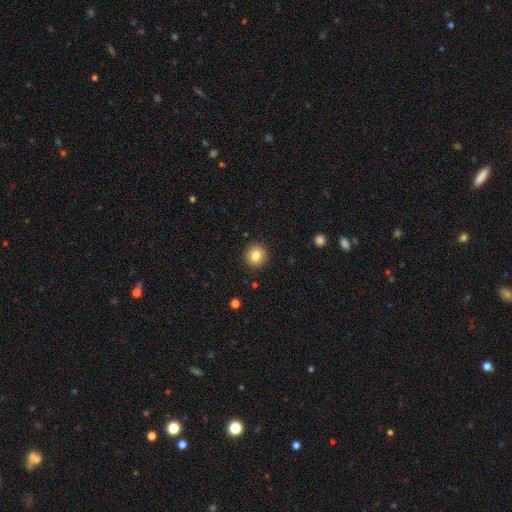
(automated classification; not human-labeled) Q: Smooth or featured?
A: smooth (82%); runner-up: star or artifact (10%)
Q: How rounded?
A: round (93%); runner-up: in between (6%)
Q: Merging?
A: none (92%); runner-up: minor disturbance (5%)